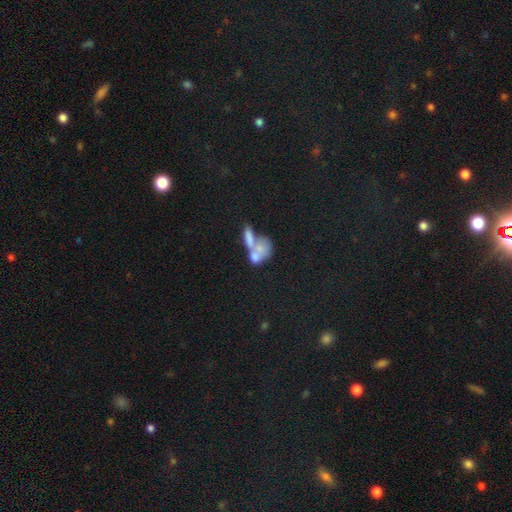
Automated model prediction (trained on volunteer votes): A smooth galaxy with no disk features (59%) that is in between round and cigar-shaped (75%).

Vote fractions:
- Smooth or featured? smooth: 59% / featured or disk: 30% / star or artifact: 11%
- How rounded? in between: 75% / round: 18% / cigar-shaped: 7%
- Merging? merger: 66% / none: 17% / major disturbance: 10% / minor disturbance: 8%